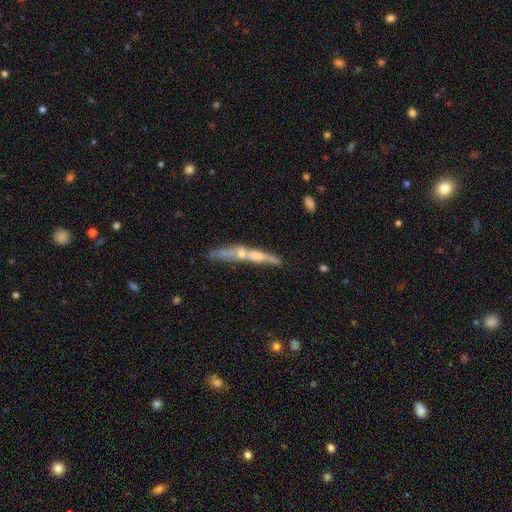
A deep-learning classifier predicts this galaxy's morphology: smooth-or-featured: featured or disk: 60% | smooth: 31% | star or artifact: 8%
  disk-edge-on: yes: 77% | no: 23%
  merging: none: 42% | merger: 33% | minor disturbance: 16% | major disturbance: 9%